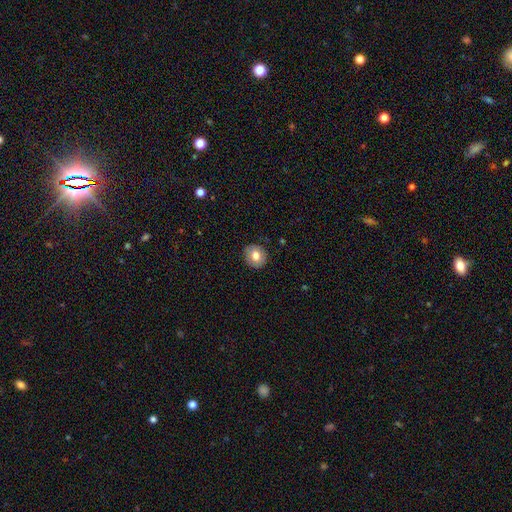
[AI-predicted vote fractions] smooth-or-featured: smooth: 73% | featured or disk: 19% | star or artifact: 8%
  how-rounded: round: 77% | in between: 22% | cigar-shaped: 1%
  merging: none: 88% | minor disturbance: 9% | major disturbance: 2% | merger: 1%